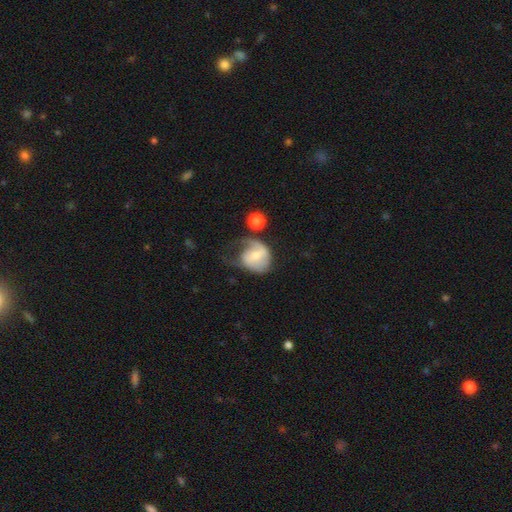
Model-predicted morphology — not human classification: A featured or disk galaxy (53%) with no bar (47%), spiral arms (75%) and a moderate central bulge (46%).

Vote fractions:
- Smooth or featured? featured or disk: 53% / smooth: 40% / star or artifact: 7%
- Edge-on disk? no: 97% / yes: 3%
- Bar? no: 47% / weak: 40% / strong: 12%
- Spiral arms? yes: 75% / no: 25%
- Bulge size? moderate: 46% / small: 45% / none: 4% / large: 4% / dominant: 1%
- Merging? major disturbance: 37% / none: 29% / minor disturbance: 27% / merger: 7%